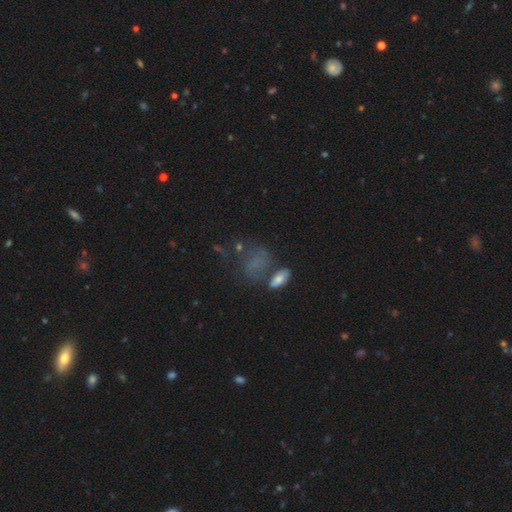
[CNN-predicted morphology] This is marginally a smooth galaxy (35%). Merging: marginally none (40%).